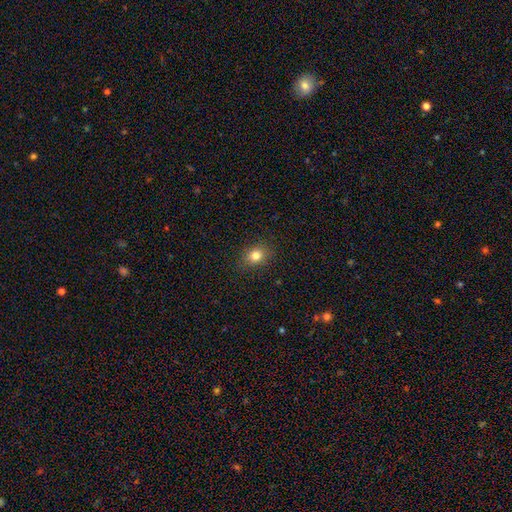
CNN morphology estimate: smooth-or-featured: smooth: 80% | star or artifact: 13% | featured or disk: 7%
  how-rounded: round: 58% | in between: 41% | cigar-shaped: 1%
  merging: none: 87% | minor disturbance: 10% | major disturbance: 3% | merger: 1%